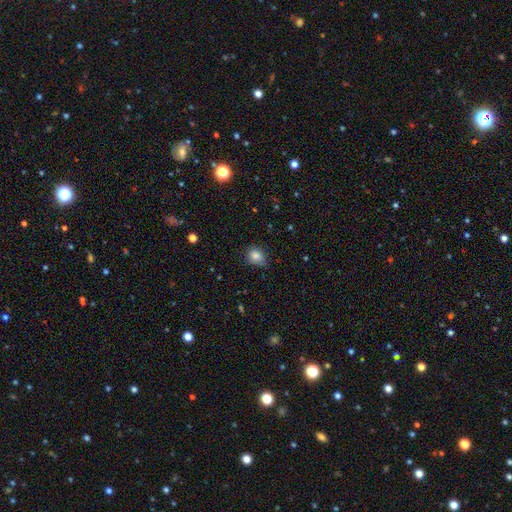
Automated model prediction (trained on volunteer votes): Overall: smooth (83%). How rounded: round (51%; in between 47%). Merging: none (69%).